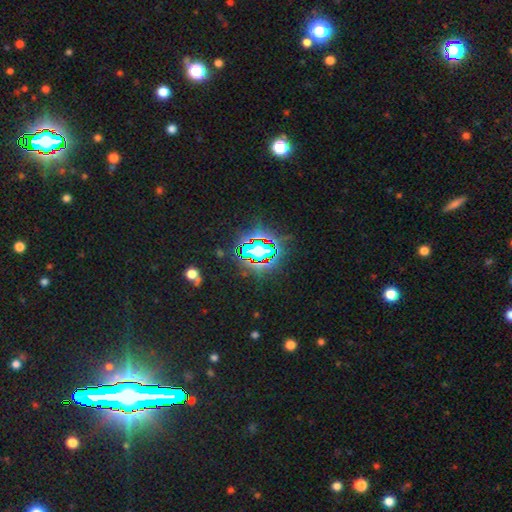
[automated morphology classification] This appears to be a star or artifact, not a galaxy (74%).